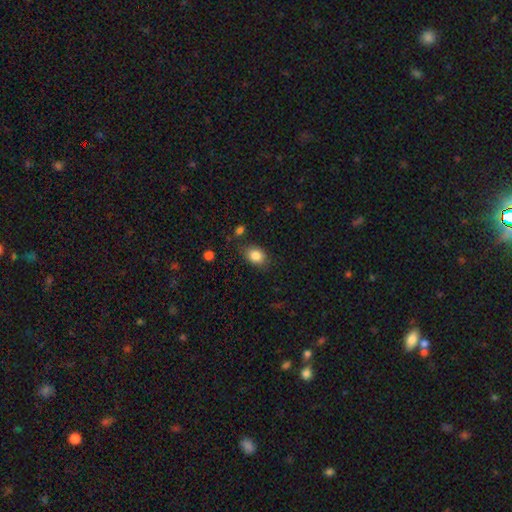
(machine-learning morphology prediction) This appears to be a smooth galaxy with no disk features (85%) that is in between round and cigar-shaped (67%). Merging: none (78%).